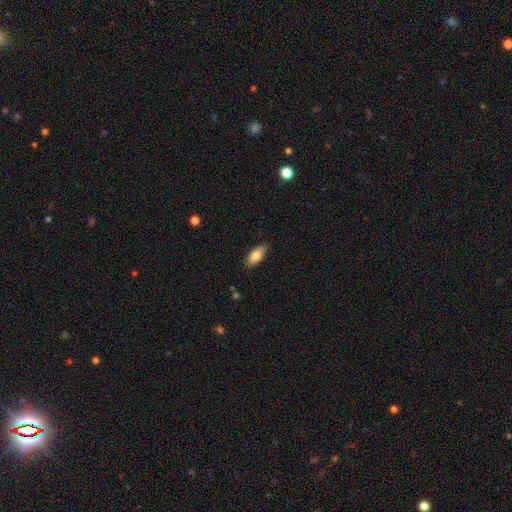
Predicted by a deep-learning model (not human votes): This appears to be a smooth galaxy with no disk features (80%) that is in between round and cigar-shaped (86%). Merging: none (85%).